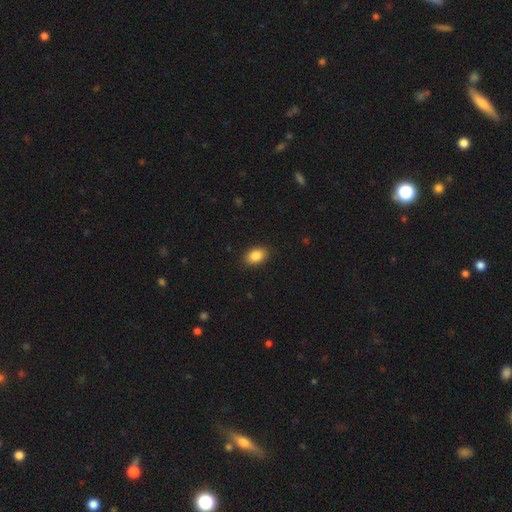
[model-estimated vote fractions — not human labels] Q: Smooth or featured?
A: smooth (87%); runner-up: star or artifact (8%)
Q: How rounded?
A: in between (85%); runner-up: round (14%)
Q: Merging?
A: none (88%); runner-up: minor disturbance (9%)